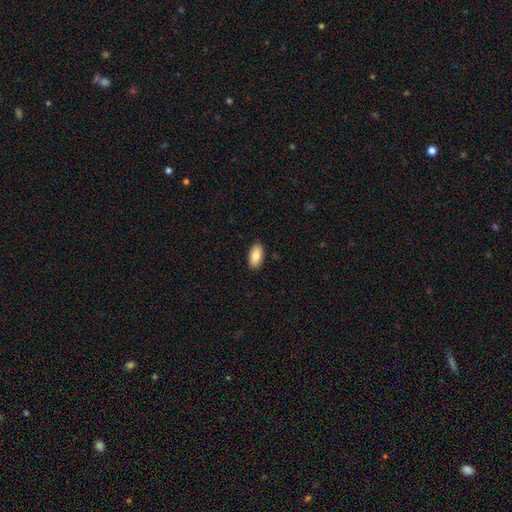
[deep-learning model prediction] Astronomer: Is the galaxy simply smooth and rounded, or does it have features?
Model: smooth — 86%.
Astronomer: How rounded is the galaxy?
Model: in between — 93%.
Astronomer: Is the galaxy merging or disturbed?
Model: none — 90%.